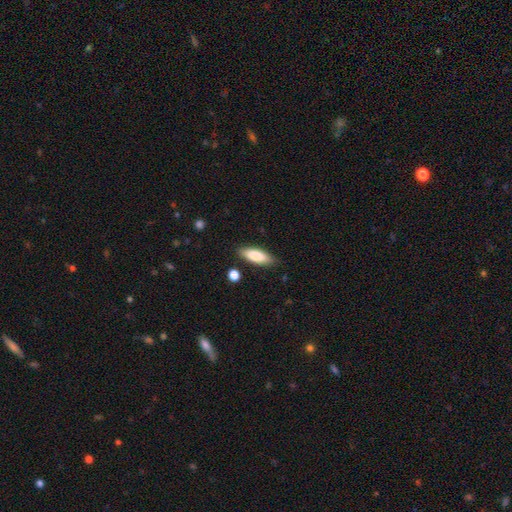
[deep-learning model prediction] Morphology: type=smooth (83%); roundness=in between (61%); merging=none (84%).